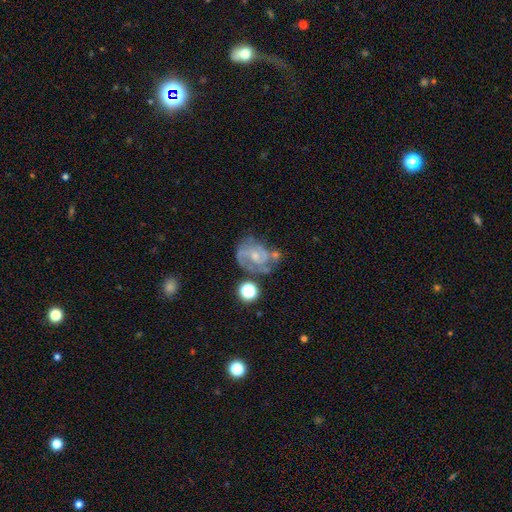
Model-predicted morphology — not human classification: Smooth or featured? featured or disk (76%)
Edge-on disk? no (98%)
Bar? no (56%)
Spiral arms? yes (87%)
Spiral winding? medium (45%)
Spiral arm count? 2 (52%)
Bulge size? small (53%)
Merging? none (45%)